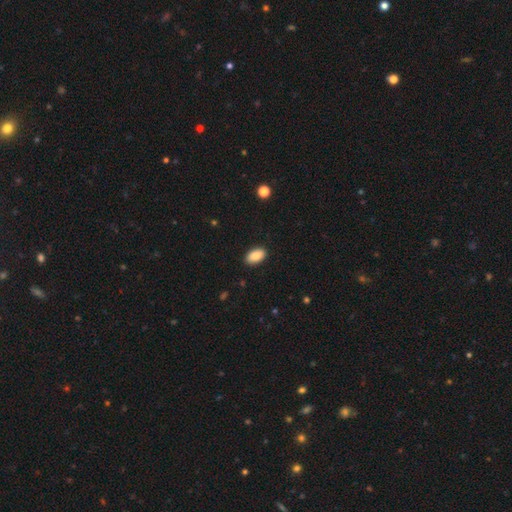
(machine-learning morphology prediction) smooth 88%, star or artifact 7%, featured or disk 5%. Down the decision tree: how rounded — in between (94%); merging — none (89%).